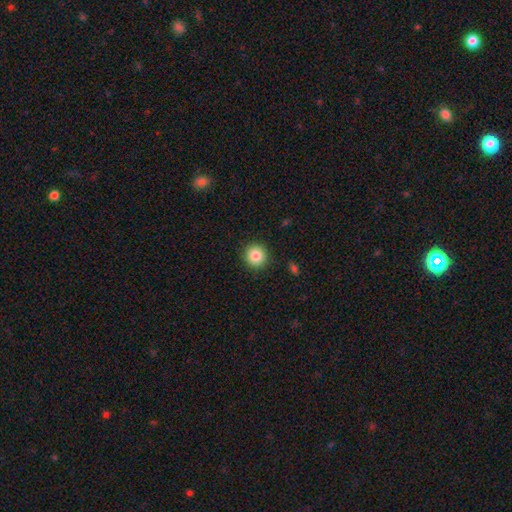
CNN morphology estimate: The model was most divided on "smooth or featured": smooth: 84%, star or artifact: 10%, featured or disk: 6%. More confident: how rounded — round (93%); merging — none (91%).